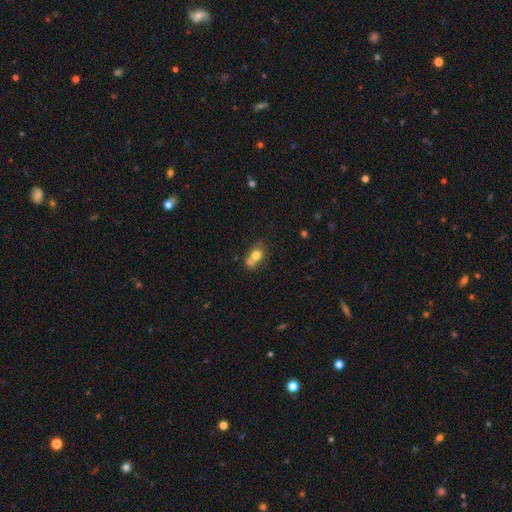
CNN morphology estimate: Overall: smooth (72%). How rounded: round (60%; in between 38%). Merging: merger (47%; none 35%).